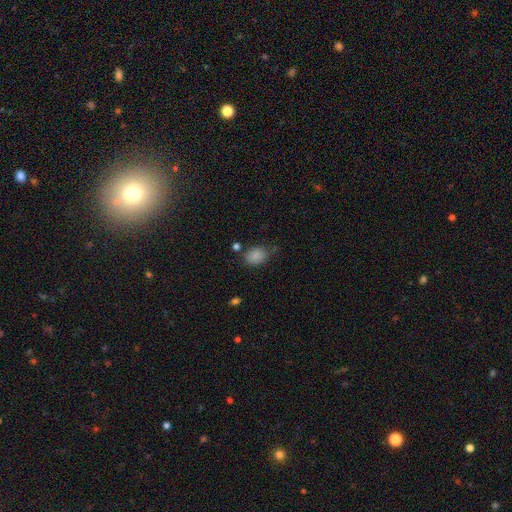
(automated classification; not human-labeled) smooth_or_featured: smooth (p=0.85) [alt: star or artifact p=0.10]
how_rounded: in between (p=0.67) [alt: round p=0.32]
merging: none (p=0.68) [alt: minor disturbance p=0.21]